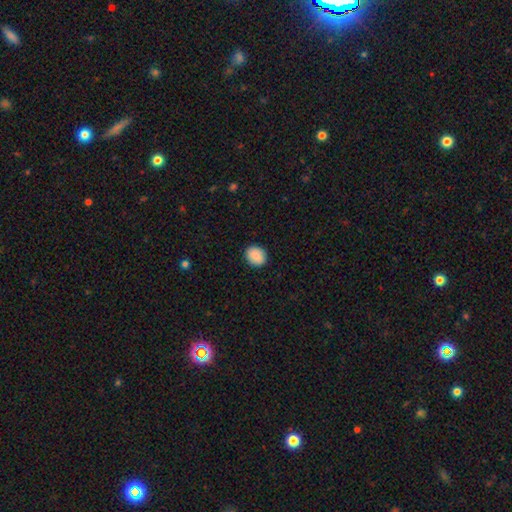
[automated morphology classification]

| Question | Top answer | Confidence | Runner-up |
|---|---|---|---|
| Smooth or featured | smooth | 89% | star or artifact (7%) |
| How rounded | round | 67% | in between (32%) |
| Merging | none | 91% | minor disturbance (6%) |